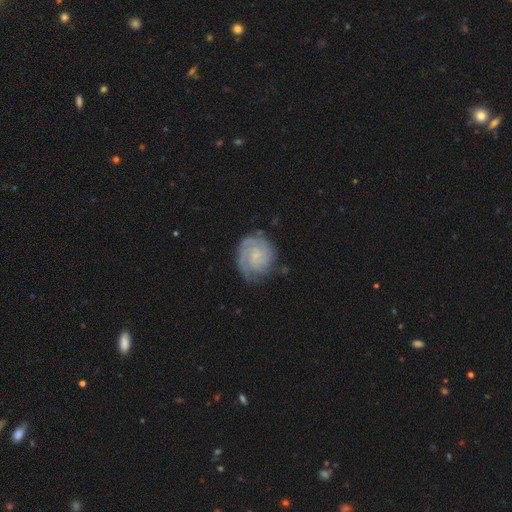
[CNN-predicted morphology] smooth-or-featured: featured or disk: 77% | smooth: 16% | star or artifact: 6%
  disk-edge-on: no: 98% | yes: 2%
    bar: no: 72% | weak: 24% | strong: 4%
    has-spiral-arms: yes: 95% | no: 5%
      spiral-winding: tight: 71% | medium: 23% | loose: 6%
      spiral-arm-count: can't tell: 30% | 2: 26% | 3: 24% | 4: 8% | 1: 6% | more than 4: 5%
    bulge-size: small: 67% | none: 19% | moderate: 11% | large: 1% | dominant: 1%
  merging: none: 72% | minor disturbance: 19% | major disturbance: 7% | merger: 2%